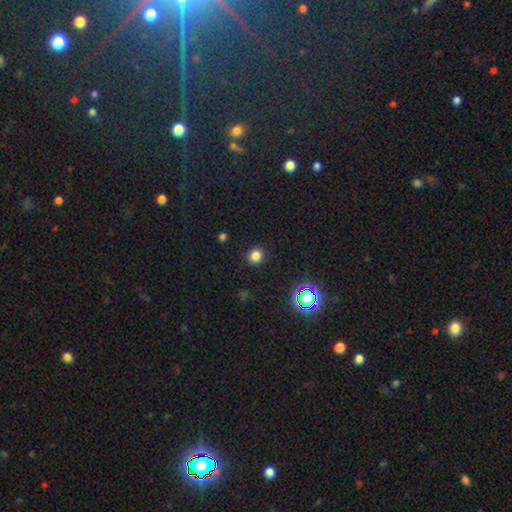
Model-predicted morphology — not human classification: smooth_or_featured: smooth (p=0.80) [alt: star or artifact p=0.16]
how_rounded: round (p=0.92) [alt: in between p=0.07]
merging: none (p=0.91) [alt: minor disturbance p=0.06]